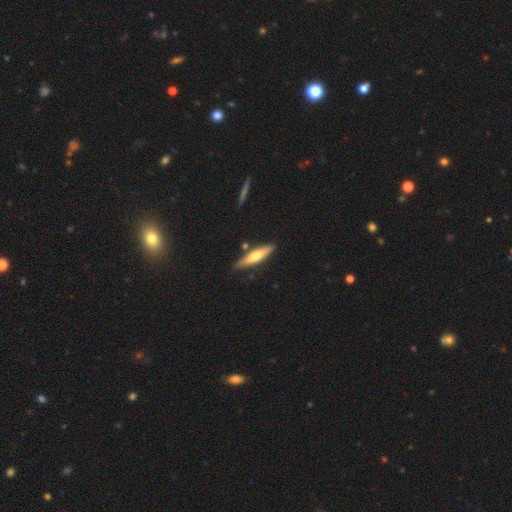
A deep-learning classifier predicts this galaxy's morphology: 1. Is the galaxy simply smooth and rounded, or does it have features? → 59% smooth, 35% featured or disk, 5% star or artifact.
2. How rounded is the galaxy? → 77% cigar-shaped, 22% in between, 2% round.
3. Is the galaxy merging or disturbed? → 79% none, 13% minor disturbance, 5% merger, 2% major disturbance.